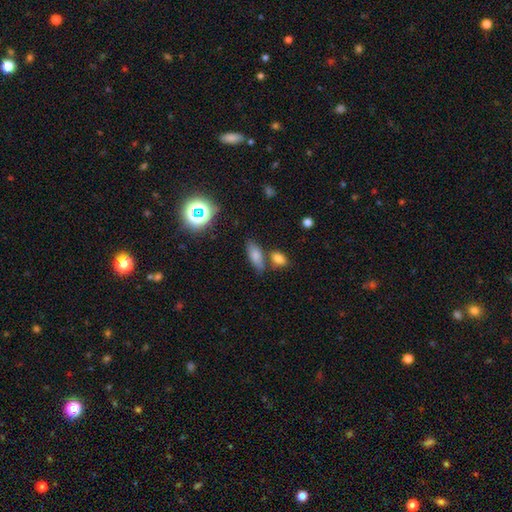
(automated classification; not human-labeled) smooth-or-featured: smooth: 74% | featured or disk: 13% | star or artifact: 13%
  how-rounded: in between: 73% | cigar-shaped: 22% | round: 5%
  merging: none: 63% | merger: 18% | minor disturbance: 14% | major disturbance: 5%